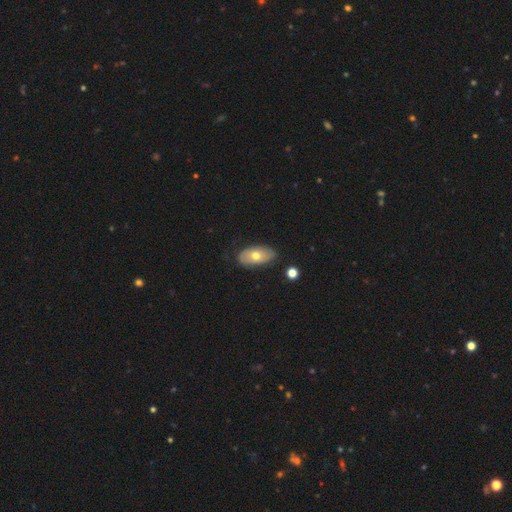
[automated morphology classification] Smooth or featured: smooth — 57% (featured or disk — 37%)
How rounded: in between — 91% (round — 6%)
Merging: none — 77% (minor disturbance — 17%)